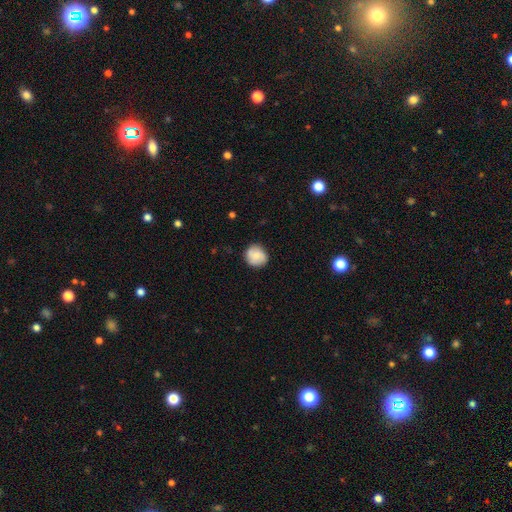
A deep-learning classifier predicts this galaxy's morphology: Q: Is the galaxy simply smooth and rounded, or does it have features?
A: smooth — 74%.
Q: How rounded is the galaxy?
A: round — 88%.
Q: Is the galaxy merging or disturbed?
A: none — 84%.